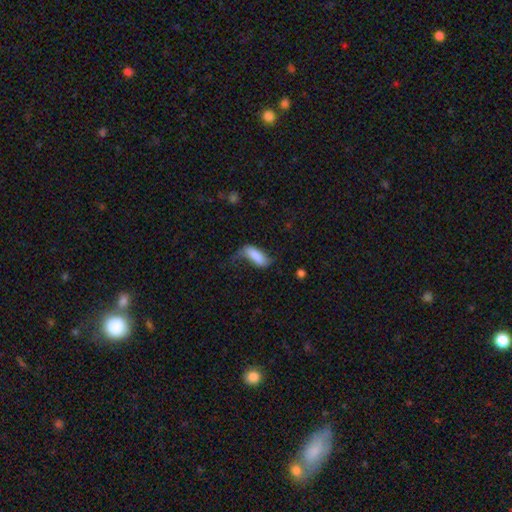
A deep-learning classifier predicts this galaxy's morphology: smooth-or-featured: smooth: 68% | featured or disk: 24% | star or artifact: 8%
  how-rounded: in between: 70% | cigar-shaped: 27% | round: 2%
  merging: none: 37% | major disturbance: 31% | minor disturbance: 28% | merger: 4%